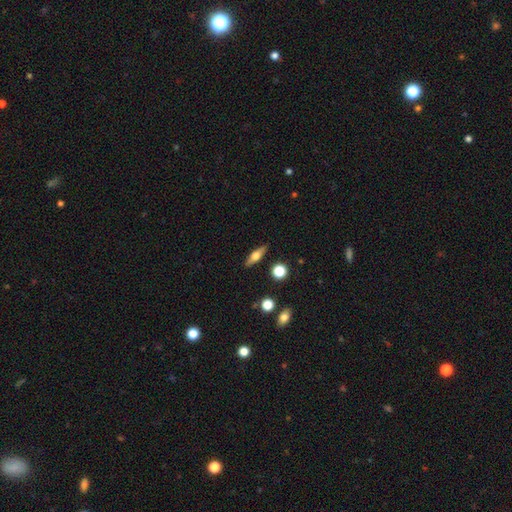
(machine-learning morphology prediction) featured or disk 46% (tied), smooth 46% (tied), star or artifact 8%. Down the decision tree: merging — none (87%).